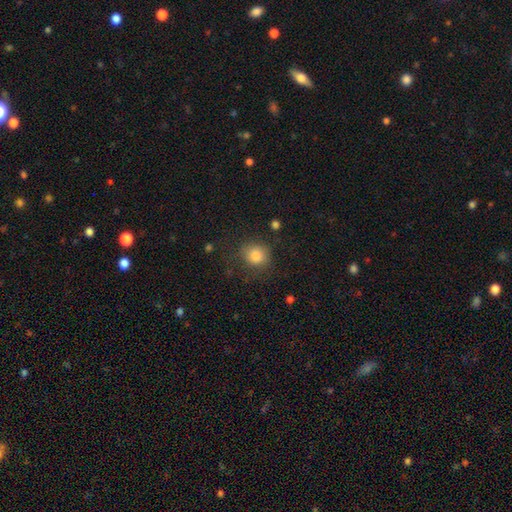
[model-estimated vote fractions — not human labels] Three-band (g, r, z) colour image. It shows a smooth galaxy with no disk features (83%) that is round (78%). Merging: none (75%).